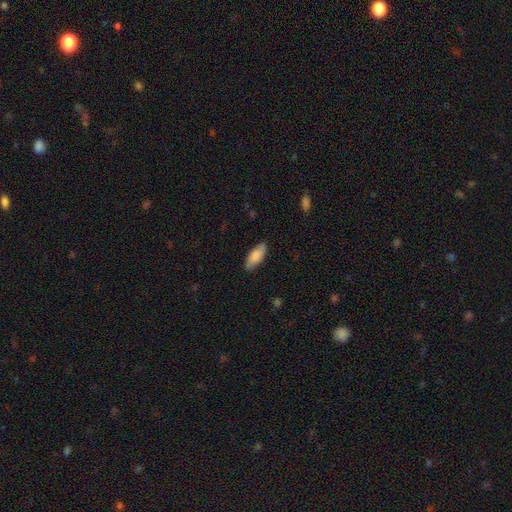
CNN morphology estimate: Overall: smooth (81%). How rounded: in between (82%). Merging: none (83%).